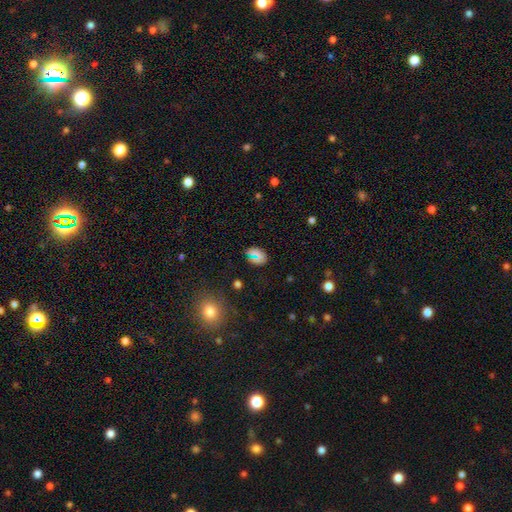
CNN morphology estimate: Smooth or featured? Predicted: smooth (p=0.62). How rounded? Predicted: in between (p=0.65). Merging? Predicted: none (p=0.74).